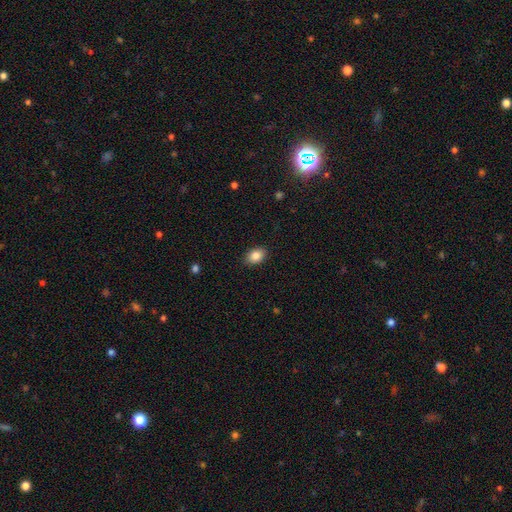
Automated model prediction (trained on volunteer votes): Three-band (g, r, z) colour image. It shows a smooth galaxy with no disk features (86%) that is in between round and cigar-shaped (79%). Merging: none (89%).